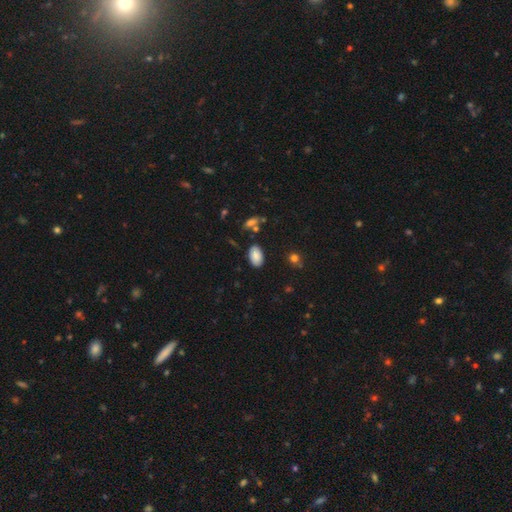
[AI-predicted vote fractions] Smooth or featured? smooth (86%)
How rounded? in between (93%)
Merging? none (83%)